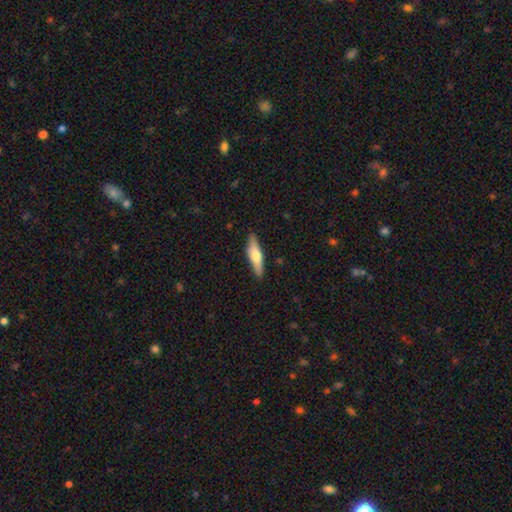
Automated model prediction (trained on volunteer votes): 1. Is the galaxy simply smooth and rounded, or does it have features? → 48% smooth, 47% featured or disk, 6% star or artifact.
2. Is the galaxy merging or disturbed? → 89% none, 8% minor disturbance, 2% major disturbance, 1% merger.